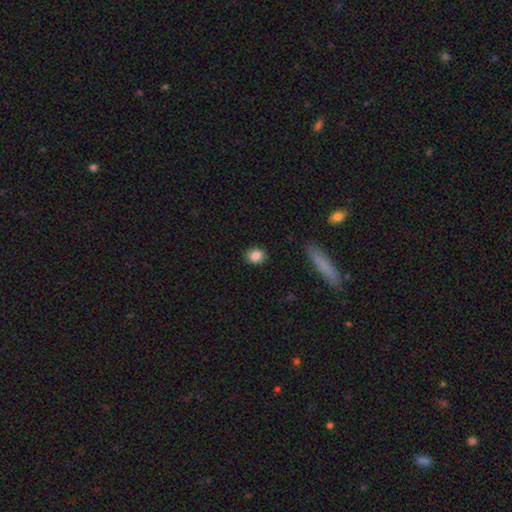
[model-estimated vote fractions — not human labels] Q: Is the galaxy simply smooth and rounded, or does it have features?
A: smooth — 85%.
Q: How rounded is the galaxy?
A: round — 62%.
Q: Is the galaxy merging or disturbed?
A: none — 88%.